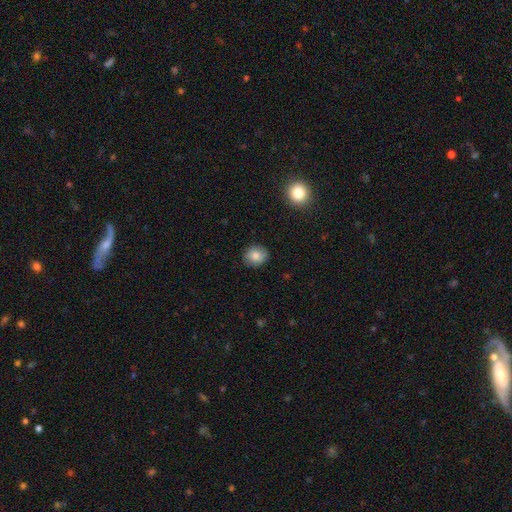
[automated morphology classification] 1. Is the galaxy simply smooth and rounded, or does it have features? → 83% smooth, 9% star or artifact, 8% featured or disk.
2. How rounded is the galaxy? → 76% round, 23% in between, 1% cigar-shaped.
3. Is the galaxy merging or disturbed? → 87% none, 10% minor disturbance, 2% major disturbance, 1% merger.